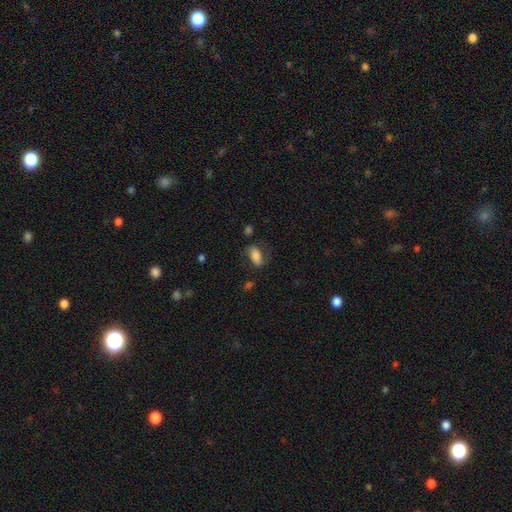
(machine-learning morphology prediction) type=smooth (75%); roundness=in between (88%); merging=none (60%).